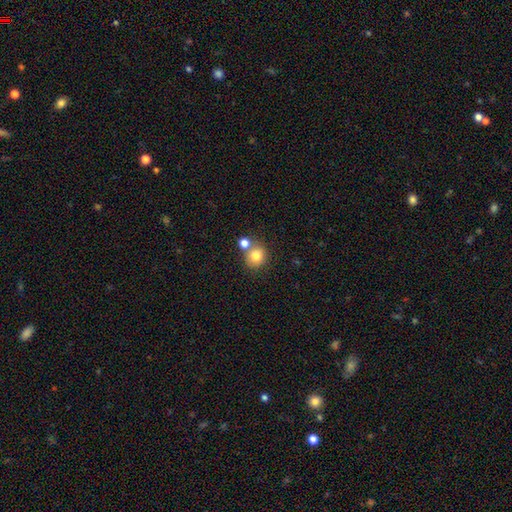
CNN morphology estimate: This is likely a smooth galaxy (79%). How rounded: clearly round (84%). Merging: likely none (61%).